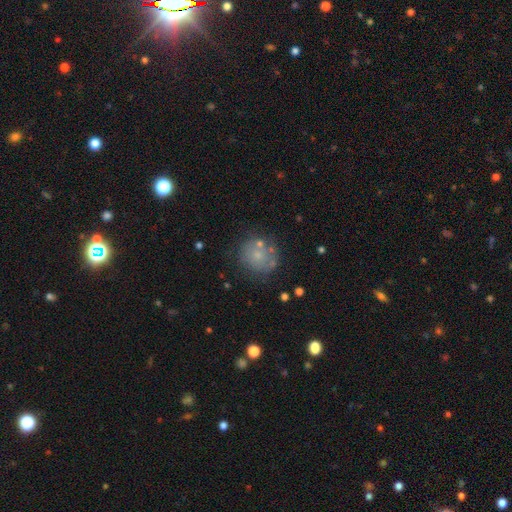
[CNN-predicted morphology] This is possibly a smooth galaxy (59%). How rounded: clearly round (88%). Merging: likely none (68%).